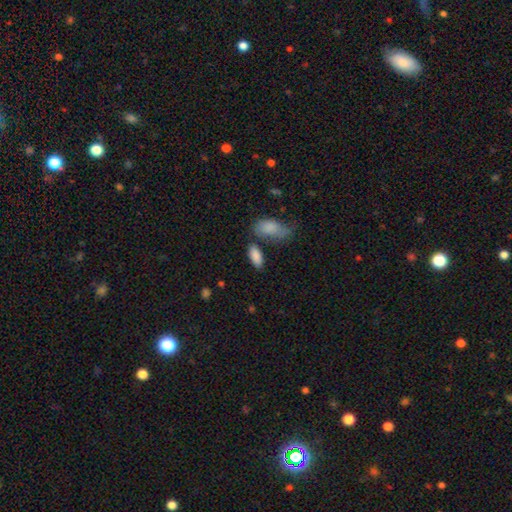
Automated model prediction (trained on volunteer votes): Smooth or featured? Predicted: smooth (p=0.87). How rounded? Predicted: in between (p=0.84). Merging? Predicted: none (p=0.67).